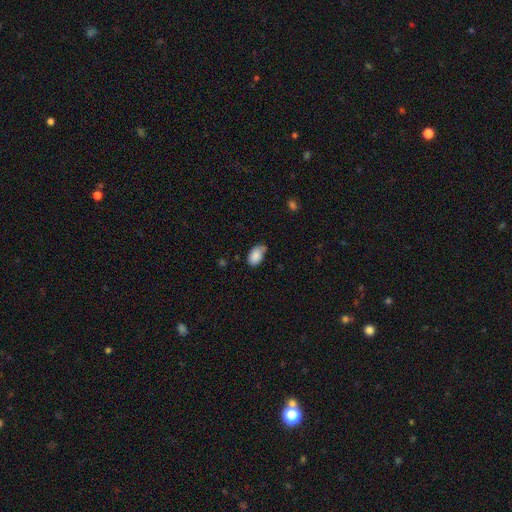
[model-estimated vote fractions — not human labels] This is clearly a smooth galaxy (87%). How rounded: clearly in between (92%). Merging: possibly none (55%).